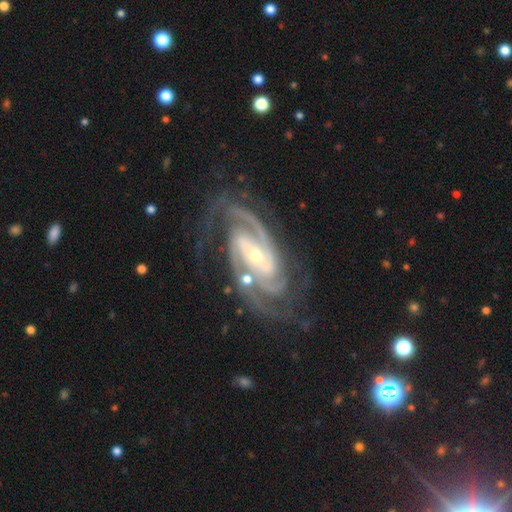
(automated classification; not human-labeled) Smooth or featured? Predicted: featured or disk (p=0.93). Edge-on disk? Predicted: no (p=0.97). Bar? Predicted: no (p=0.38). Spiral arms? Predicted: yes (p=0.99). Spiral winding? Predicted: tight (p=0.58). Spiral arm count? Predicted: 2 (p=0.48). Bulge size? Predicted: small (p=0.60). Merging? Predicted: none (p=0.71).